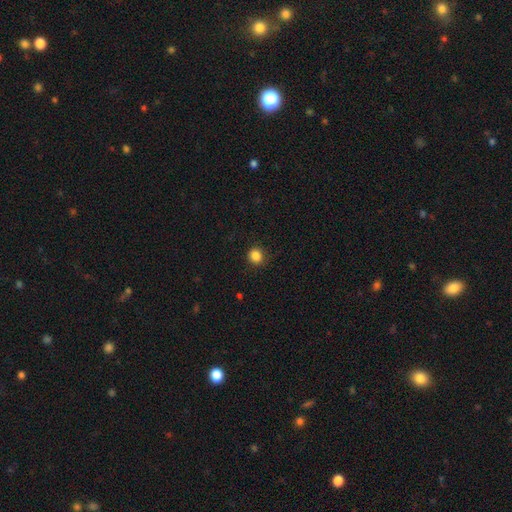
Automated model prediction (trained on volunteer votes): smooth-or-featured: smooth: 85% | star or artifact: 11% | featured or disk: 4%
  how-rounded: round: 89% | in between: 10% | cigar-shaped: 1%
  merging: none: 88% | minor disturbance: 8% | major disturbance: 2% | merger: 1%